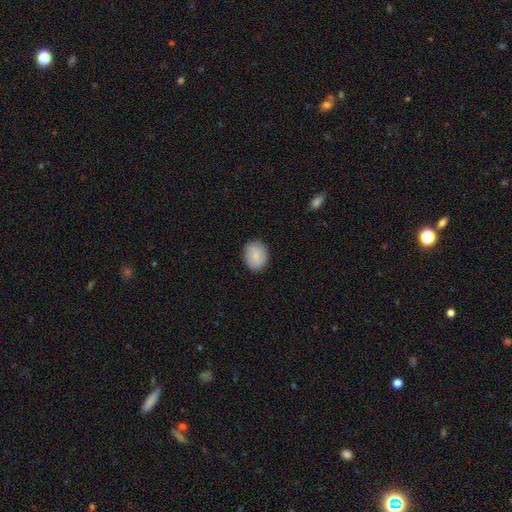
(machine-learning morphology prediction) smooth-or-featured: smooth: 82% | featured or disk: 10% | star or artifact: 7%
  how-rounded: round: 55% | in between: 44% | cigar-shaped: 1%
  merging: none: 87% | minor disturbance: 10% | major disturbance: 2% | merger: 1%